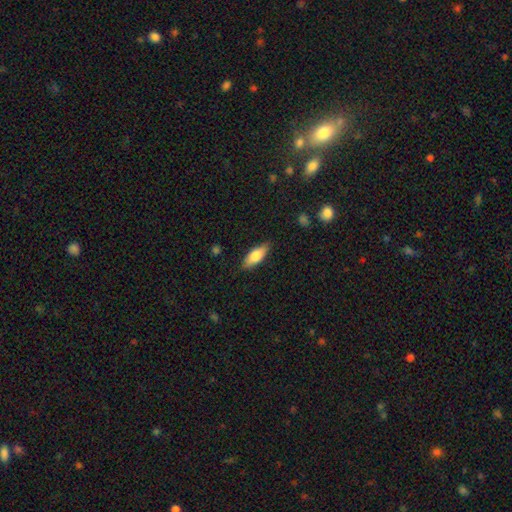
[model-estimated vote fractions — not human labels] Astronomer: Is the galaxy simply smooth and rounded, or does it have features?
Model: smooth — 72%.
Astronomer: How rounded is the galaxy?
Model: in between — 72%.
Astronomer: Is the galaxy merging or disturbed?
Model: none — 84%.